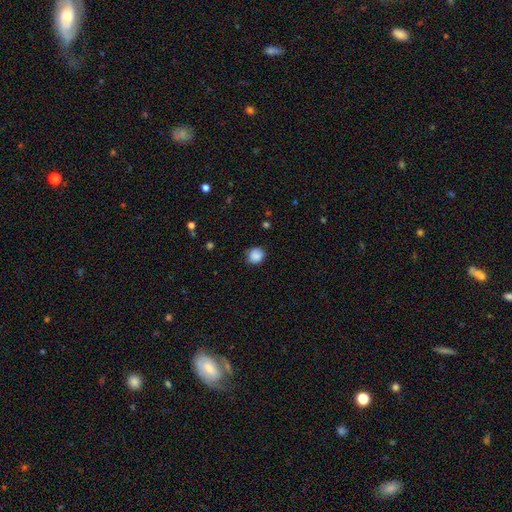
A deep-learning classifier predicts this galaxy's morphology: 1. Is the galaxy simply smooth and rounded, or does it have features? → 87% smooth, 9% star or artifact, 4% featured or disk.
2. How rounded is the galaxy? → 84% round, 16% in between, 1% cigar-shaped.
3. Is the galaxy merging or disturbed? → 77% none, 19% minor disturbance, 3% major disturbance, 1% merger.